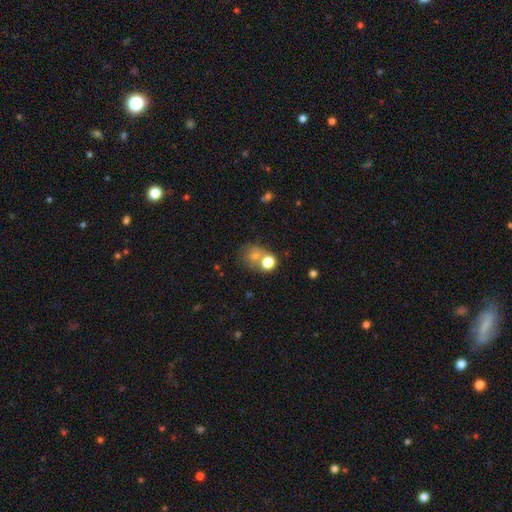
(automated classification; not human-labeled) Q: Smooth or featured?
A: smooth (72%); runner-up: star or artifact (15%)
Q: How rounded?
A: round (73%); runner-up: in between (26%)
Q: Merging?
A: merger (41%); runner-up: none (39%)